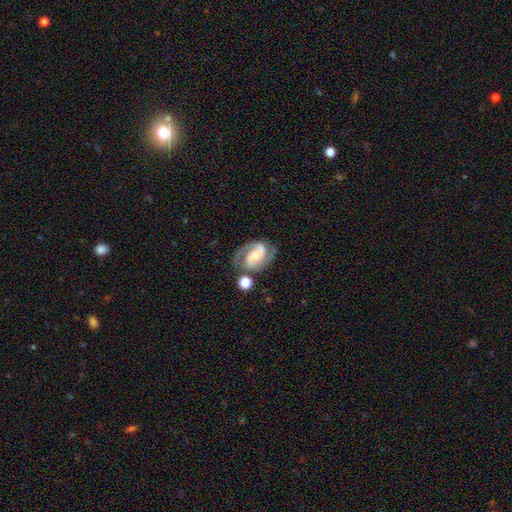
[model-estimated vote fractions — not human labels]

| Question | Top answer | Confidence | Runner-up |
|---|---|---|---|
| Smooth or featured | featured or disk | 87% | smooth (8%) |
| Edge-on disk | no | 98% | yes (2%) |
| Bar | no | 41% | weak (39%) |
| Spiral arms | yes | 97% | no (3%) |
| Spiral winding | medium | 55% | tight (33%) |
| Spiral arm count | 2 | 90% | can't tell (3%) |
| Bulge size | small | 47% | moderate (45%) |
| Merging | none | 69% | minor disturbance (16%) |